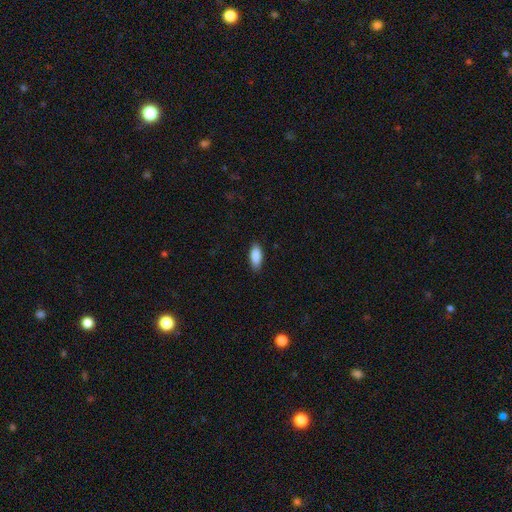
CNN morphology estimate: Smooth or featured? smooth (89%)
How rounded? in between (83%)
Merging? none (85%)